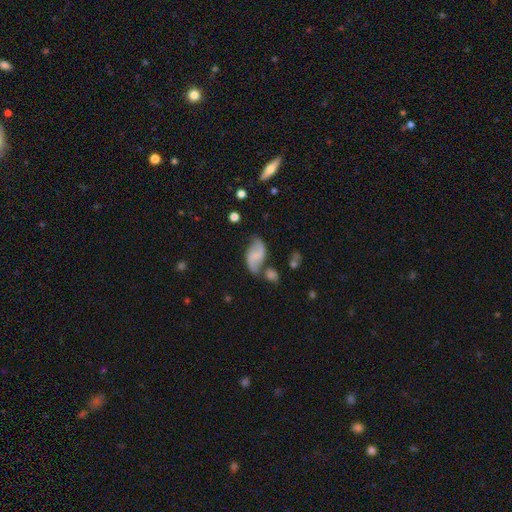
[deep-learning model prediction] Smooth or featured? Predicted: featured or disk (p=0.69). Edge-on disk? Predicted: no (p=0.97). Bar? Predicted: no (p=0.43). Spiral arms? Predicted: yes (p=0.91). Spiral winding? Predicted: loose (p=0.70). Spiral arm count? Predicted: 2 (p=0.91). Bulge size? Predicted: none (p=0.61). Merging? Predicted: none (p=0.57).